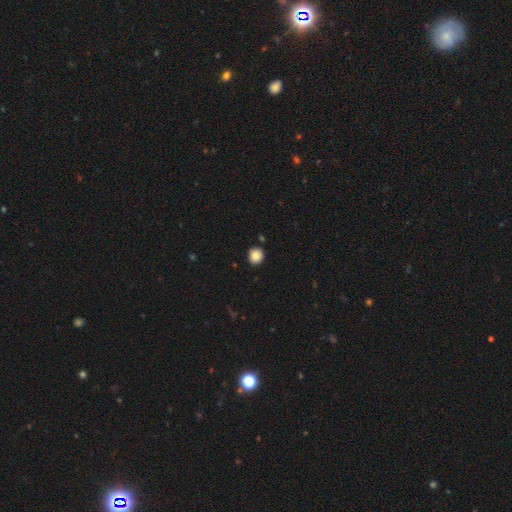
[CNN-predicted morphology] This is clearly a smooth galaxy (86%). How rounded: clearly round (89%). Merging: clearly none (90%).